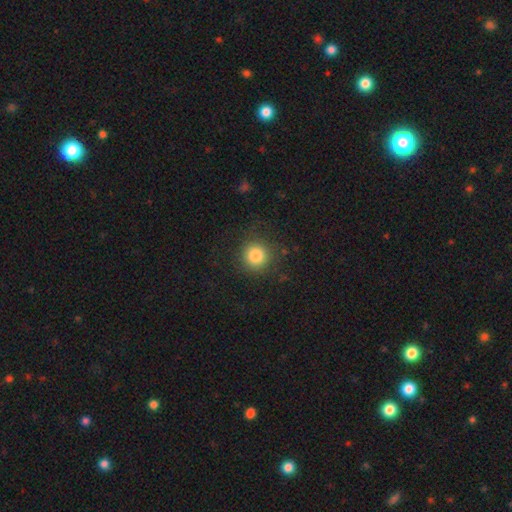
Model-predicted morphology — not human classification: Smooth or featured?
  - smooth: 84% *
  - star or artifact: 10%
  - featured or disk: 6%
How rounded?
  - round: 94% *
  - in between: 5%
  - cigar-shaped: 1%
Merging?
  - none: 86% *
  - minor disturbance: 9%
  - major disturbance: 4%
  - merger: 1%